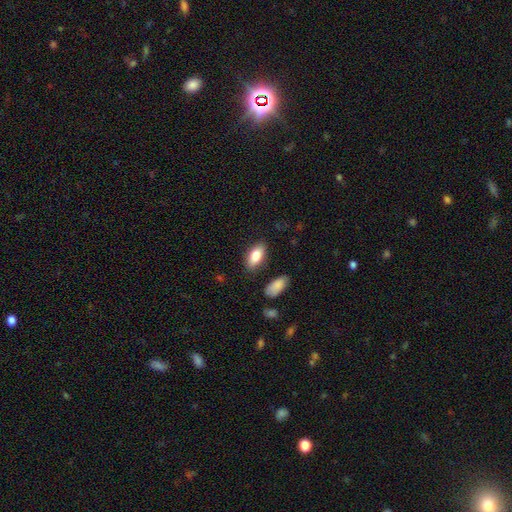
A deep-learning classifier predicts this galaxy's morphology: smooth_or_featured: smooth (p=0.81) [alt: featured or disk p=0.12]
how_rounded: in between (p=0.89) [alt: cigar-shaped p=0.08]
merging: none (p=0.83) [alt: minor disturbance p=0.11]